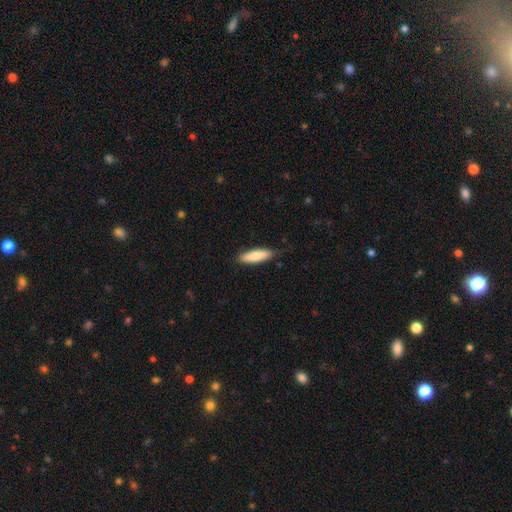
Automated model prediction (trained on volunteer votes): smooth_or_featured: smooth (p=0.80) [alt: featured or disk p=0.14]
how_rounded: cigar-shaped (p=0.56) [alt: in between p=0.42]
merging: none (p=0.80) [alt: minor disturbance p=0.16]